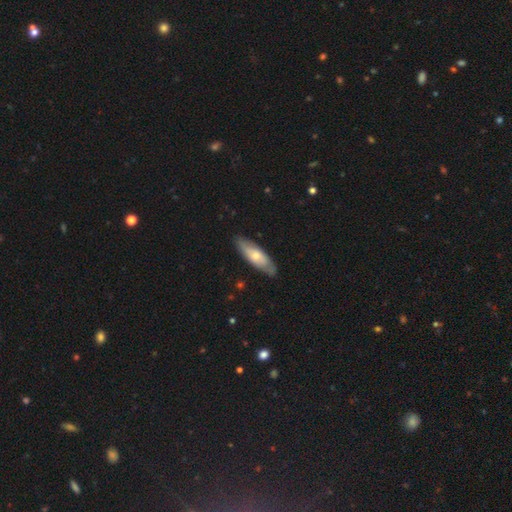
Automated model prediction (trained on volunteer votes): smooth 54%, featured or disk 41%, star or artifact 5%. Down the decision tree: how rounded — in between (56%); merging — none (83%).